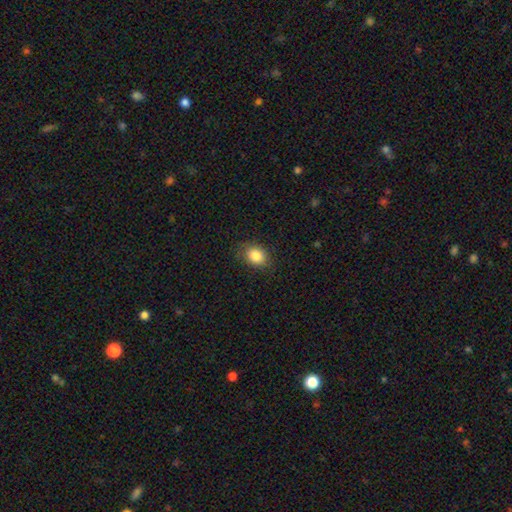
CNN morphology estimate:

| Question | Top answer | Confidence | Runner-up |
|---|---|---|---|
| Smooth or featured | smooth | 85% | star or artifact (9%) |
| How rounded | in between | 59% | round (40%) |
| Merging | none | 82% | minor disturbance (14%) |